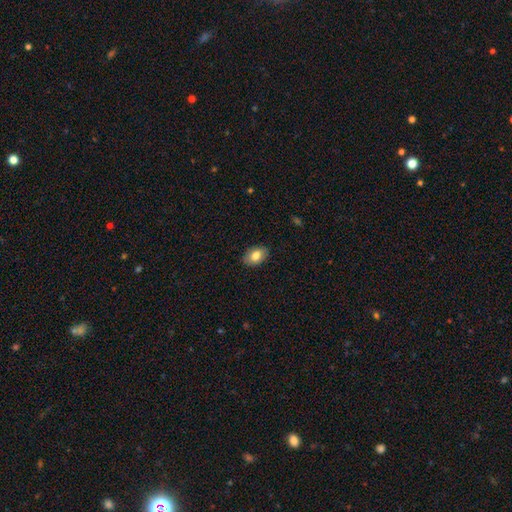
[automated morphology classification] Q: Smooth or featured?
A: smooth (80%); runner-up: featured or disk (12%)
Q: How rounded?
A: in between (85%); runner-up: round (14%)
Q: Merging?
A: none (87%); runner-up: minor disturbance (10%)